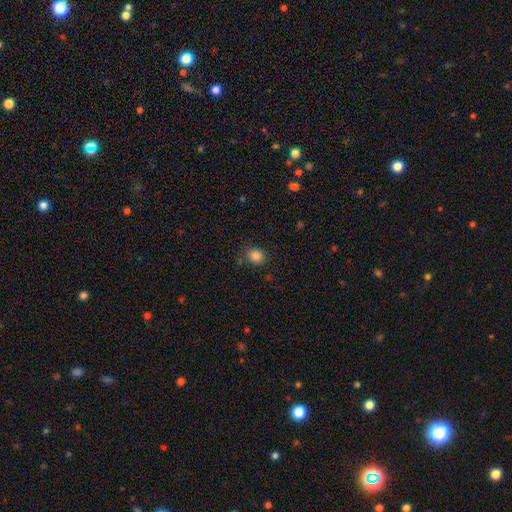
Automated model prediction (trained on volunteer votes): Smooth or featured? Predicted: smooth (p=0.84). How rounded? Predicted: round (p=0.63). Merging? Predicted: none (p=0.80).